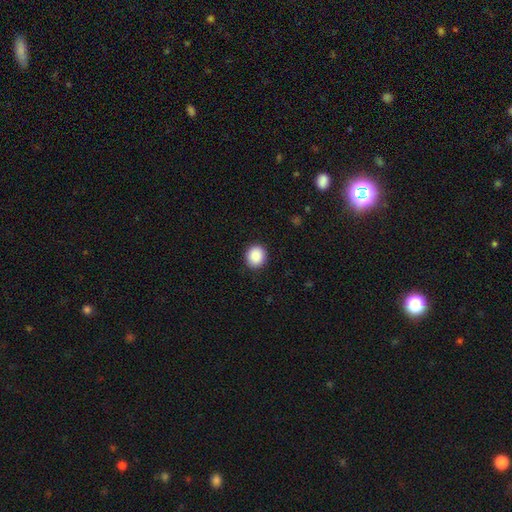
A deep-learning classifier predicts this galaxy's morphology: Smooth or featured? smooth (89%)
How rounded? round (82%)
Merging? none (91%)